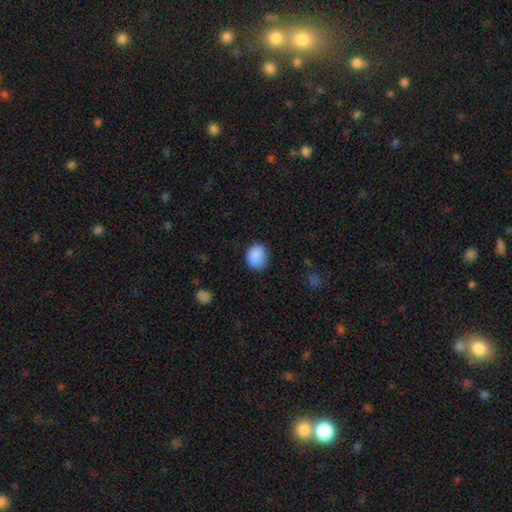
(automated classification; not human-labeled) smooth_or_featured: smooth (p=0.88) [alt: star or artifact p=0.08]
how_rounded: round (p=0.51) [alt: in between p=0.48]
merging: none (p=0.76) [alt: minor disturbance p=0.19]